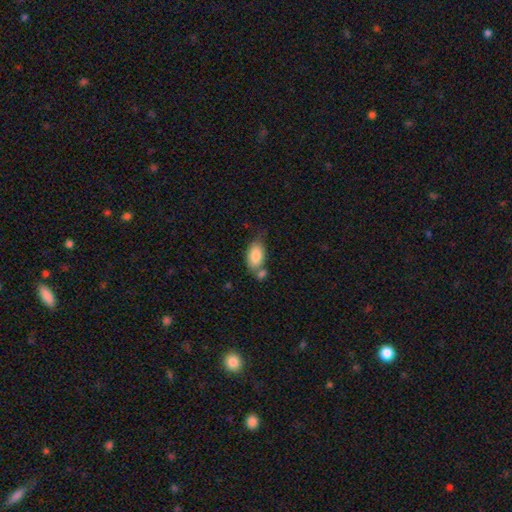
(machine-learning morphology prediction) Smooth or featured?
  - smooth: 83% *
  - featured or disk: 11%
  - star or artifact: 6%
How rounded?
  - in between: 92% *
  - round: 6%
  - cigar-shaped: 2%
Merging?
  - none: 46% *
  - merger: 27%
  - minor disturbance: 20%
  - major disturbance: 6%